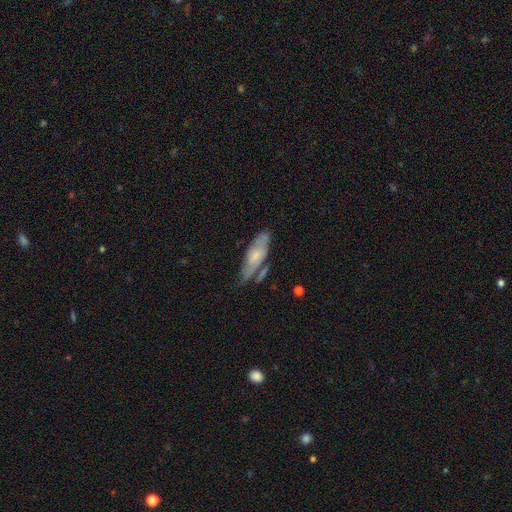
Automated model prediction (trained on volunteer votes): smooth_or_featured: smooth (p=0.48) [alt: featured or disk p=0.45]
merging: none (p=0.52) [alt: minor disturbance p=0.27]